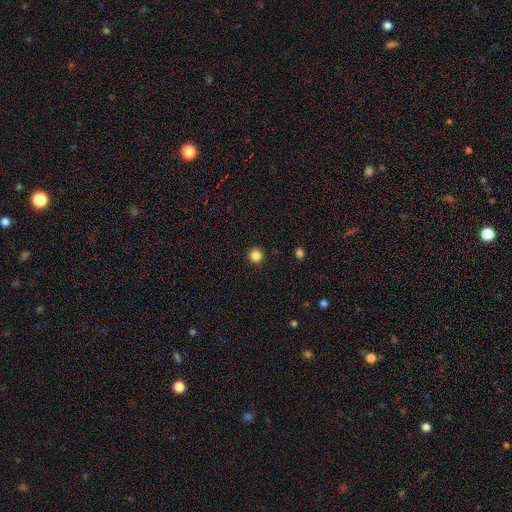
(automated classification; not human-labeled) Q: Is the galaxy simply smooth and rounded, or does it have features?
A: smooth — 85%.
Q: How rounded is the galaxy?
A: round — 96%.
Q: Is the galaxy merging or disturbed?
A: none — 93%.